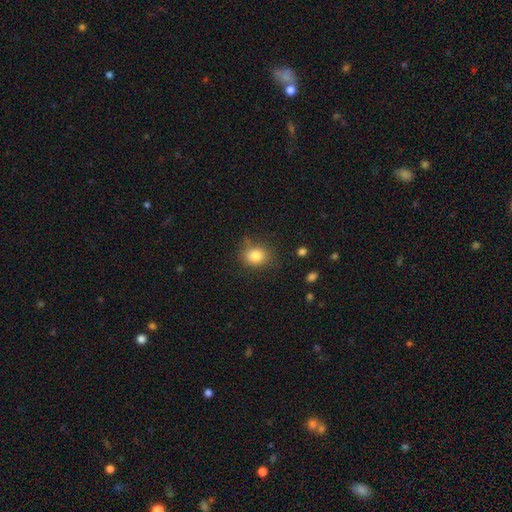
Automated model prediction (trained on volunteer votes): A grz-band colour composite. It shows a smooth galaxy with no disk features (81%) that is round (59%). Merging: none (77%).